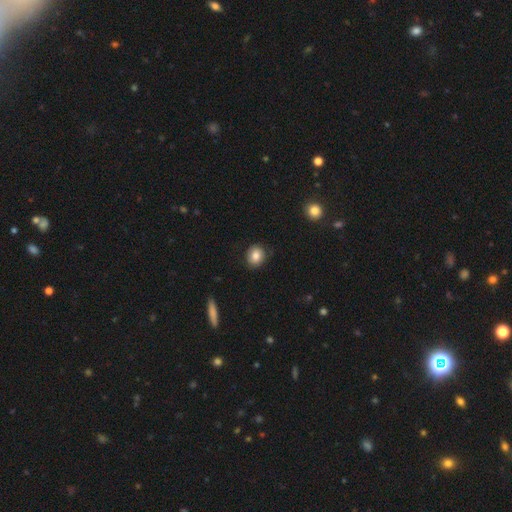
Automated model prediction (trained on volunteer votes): Smooth or featured? Predicted: smooth (p=0.82). How rounded? Predicted: round (p=0.74). Merging? Predicted: none (p=0.86).